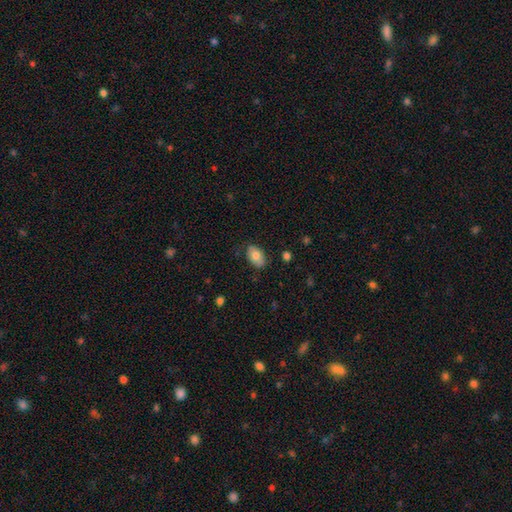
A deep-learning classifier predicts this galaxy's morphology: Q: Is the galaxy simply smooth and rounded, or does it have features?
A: smooth — 78%.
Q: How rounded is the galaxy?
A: in between — 90%.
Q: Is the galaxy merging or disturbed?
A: none — 78%.